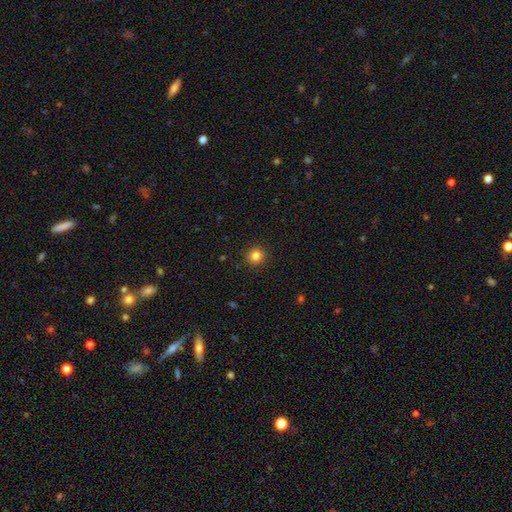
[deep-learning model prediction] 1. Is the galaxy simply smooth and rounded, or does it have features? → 83% smooth, 12% star or artifact, 5% featured or disk.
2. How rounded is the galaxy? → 94% round, 5% in between, 1% cigar-shaped.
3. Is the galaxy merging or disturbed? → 92% none, 5% minor disturbance, 2% major disturbance, 1% merger.